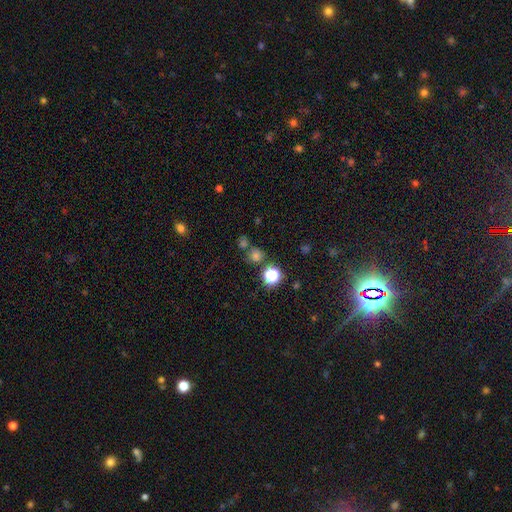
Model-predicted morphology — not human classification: Smooth or featured? Predicted: smooth (p=0.46). Merging? Predicted: none (p=0.69).